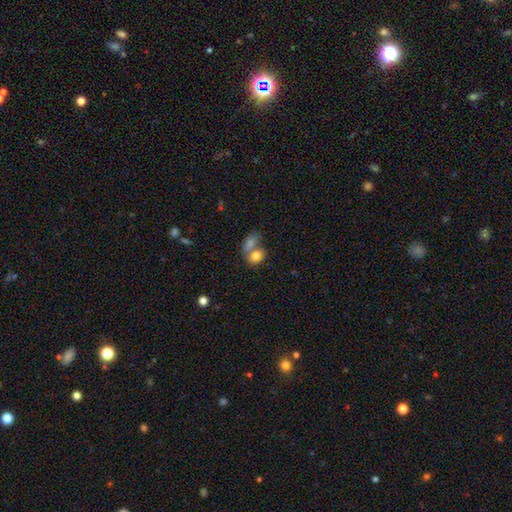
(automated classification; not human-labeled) This is likely a smooth galaxy (78%). How rounded: likely in between (64%). Merging: likely merger (61%).